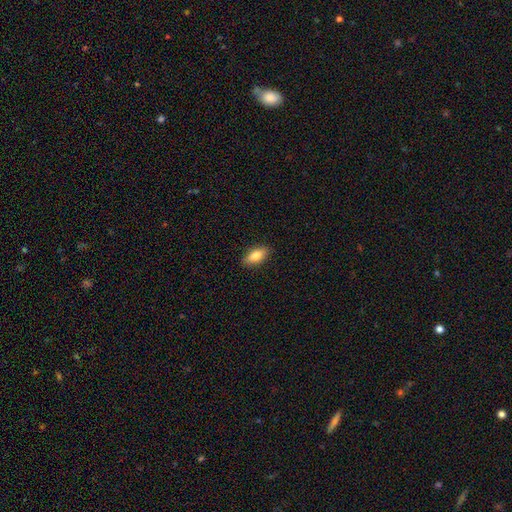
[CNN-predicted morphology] smooth_or_featured: smooth (p=0.81) [alt: featured or disk p=0.12]
how_rounded: in between (p=0.84) [alt: cigar-shaped p=0.13]
merging: none (p=0.89) [alt: minor disturbance p=0.08]